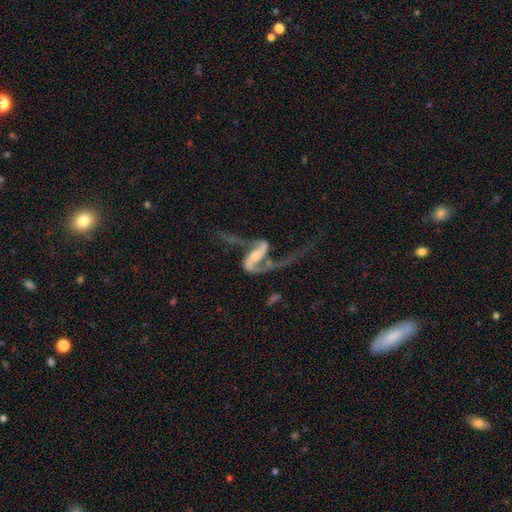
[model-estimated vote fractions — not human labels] Smooth or featured? featured or disk (88%)
Edge-on disk? no (95%)
Bar? strong (40%)
Spiral arms? yes (94%)
Spiral winding? loose (84%)
Spiral arm count? 2 (88%)
Bulge size? moderate (41%)
Merging? major disturbance (40%)